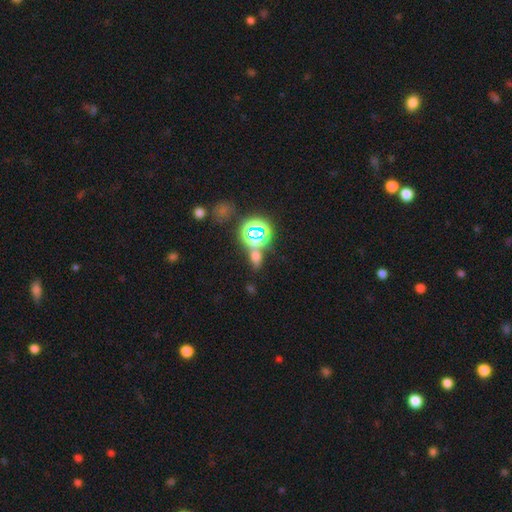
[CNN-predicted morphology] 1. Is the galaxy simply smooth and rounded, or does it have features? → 48% smooth, 42% star or artifact, 10% featured or disk.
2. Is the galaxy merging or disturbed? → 67% none, 16% merger, 11% minor disturbance, 5% major disturbance.